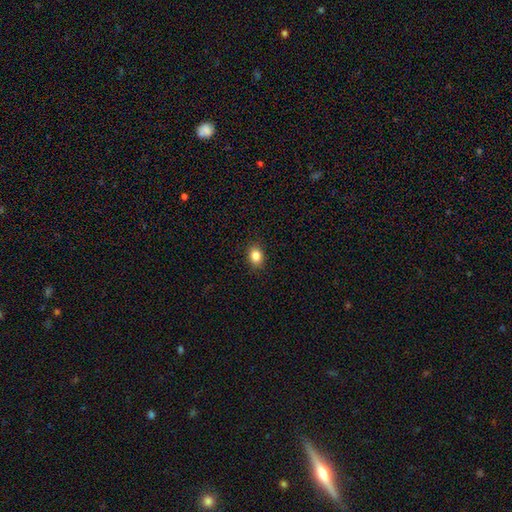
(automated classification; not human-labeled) Smooth or featured: smooth — 84% (star or artifact — 10%)
How rounded: in between — 51% (round — 48%)
Merging: none — 90% (minor disturbance — 7%)